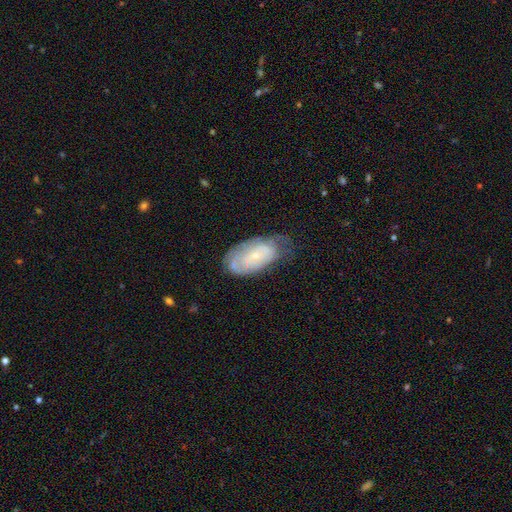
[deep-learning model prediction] smooth_or_featured: featured or disk (p=0.57) [alt: smooth p=0.36]
disk_edge_on: no (p=0.93) [alt: yes p=0.07]
bar: no (p=0.74) [alt: weak p=0.21]
has_spiral_arms: yes (p=0.63) [alt: no p=0.37]
bulge_size: small (p=0.74) [alt: moderate p=0.20]
merging: none (p=0.46) [alt: minor disturbance p=0.34]